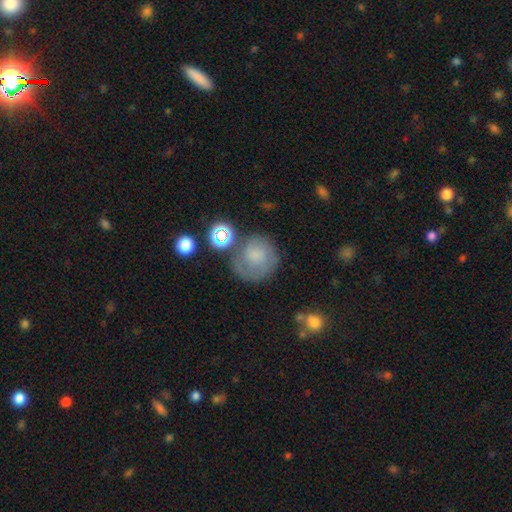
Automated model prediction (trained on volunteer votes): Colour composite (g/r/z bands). It shows a smooth galaxy with no disk features (61%) that is round (83%). Merging: none (54%).